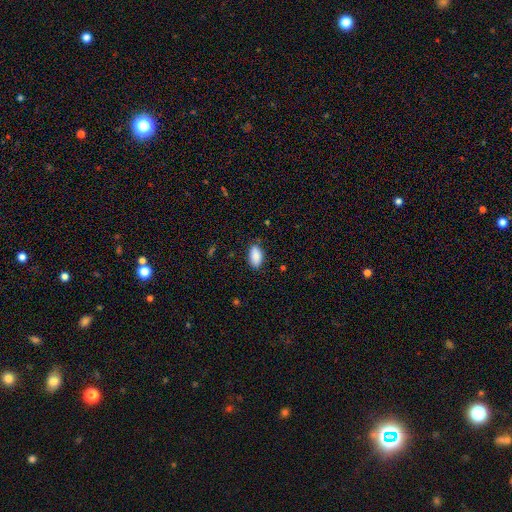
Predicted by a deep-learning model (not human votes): A smooth galaxy with no disk features (89%) that is in between round and cigar-shaped (94%). Merging: none (83%).